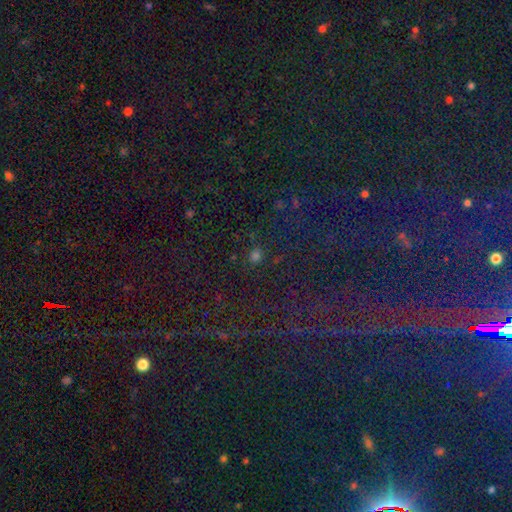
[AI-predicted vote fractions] A smooth galaxy with no disk features (58%) that is round (79%).

Vote fractions:
- Smooth or featured? smooth: 58% / star or artifact: 36% / featured or disk: 6%
- How rounded? round: 79% / in between: 19% / cigar-shaped: 1%
- Merging? none: 84% / minor disturbance: 9% / major disturbance: 4% / merger: 3%